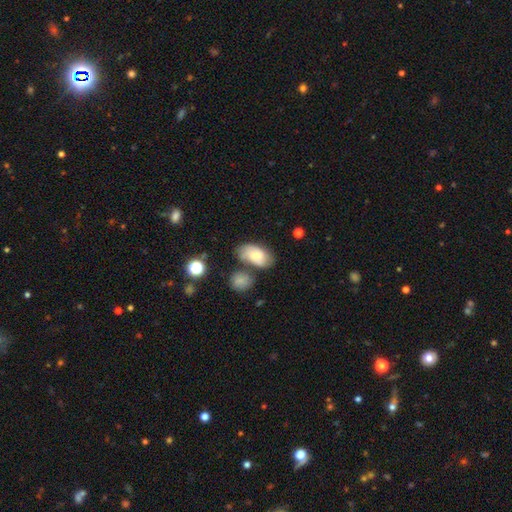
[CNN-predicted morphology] This appears to be a smooth galaxy with no disk features (59%) that is in between round and cigar-shaped (91%). Merging: none (56%).